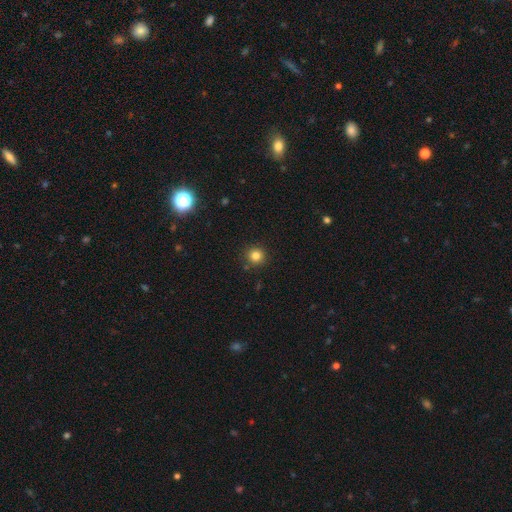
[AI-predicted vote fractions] Overall: smooth (81%). How rounded: round (94%). Merging: none (89%).